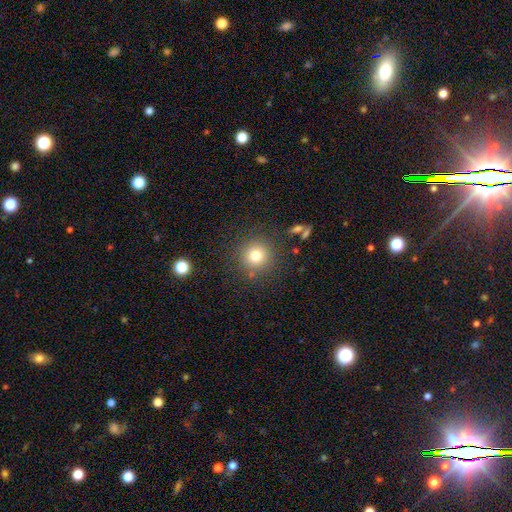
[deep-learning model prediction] Smooth or featured? smooth (78%)
How rounded? round (94%)
Merging? none (85%)